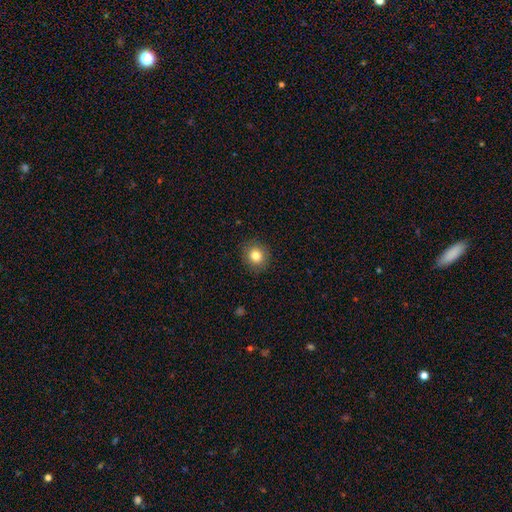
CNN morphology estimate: A smooth galaxy with no disk features (82%) that is round (85%). Merging: none (90%).